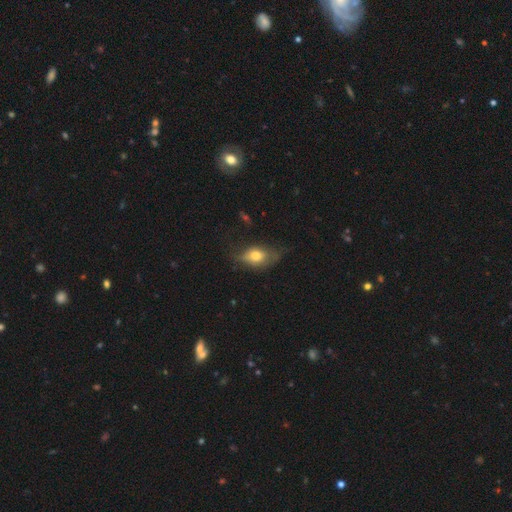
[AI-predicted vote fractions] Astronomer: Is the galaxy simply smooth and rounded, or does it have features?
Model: smooth — 67%.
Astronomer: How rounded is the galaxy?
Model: in between — 80%.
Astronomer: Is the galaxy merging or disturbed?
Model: none — 45% (runner-up: minor disturbance, 34%).